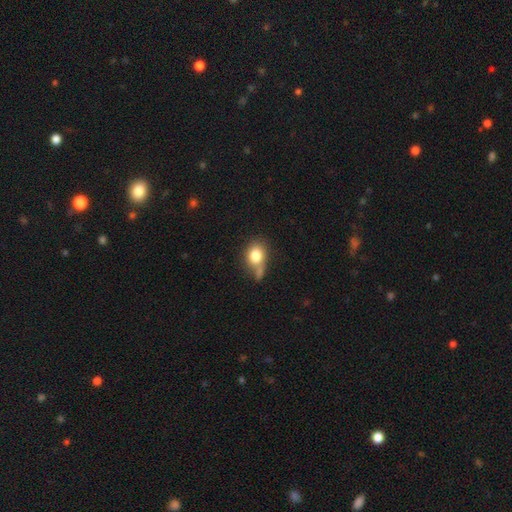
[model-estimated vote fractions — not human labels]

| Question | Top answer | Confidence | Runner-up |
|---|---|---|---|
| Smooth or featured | smooth | 79% | featured or disk (12%) |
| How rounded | in between | 51% | round (47%) |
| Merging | none | 41% | minor disturbance (24%) |